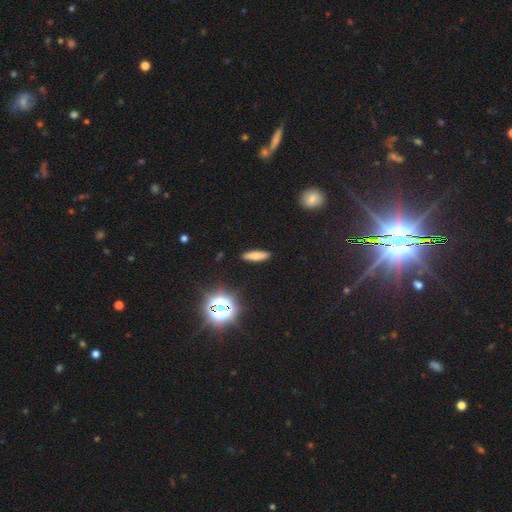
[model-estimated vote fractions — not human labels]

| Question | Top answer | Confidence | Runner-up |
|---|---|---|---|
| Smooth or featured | smooth | 69% | featured or disk (16%) |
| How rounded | cigar-shaped | 68% | in between (29%) |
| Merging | none | 90% | minor disturbance (7%) |